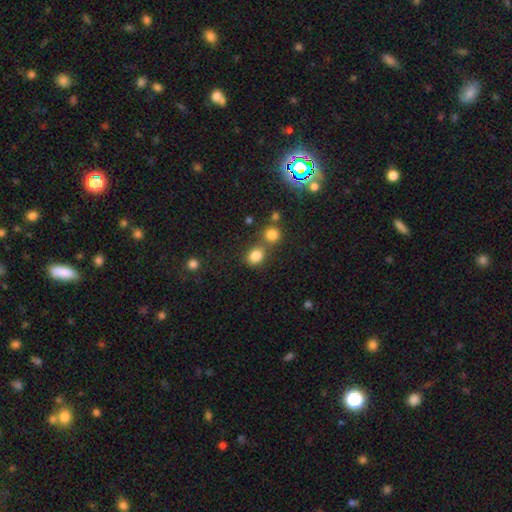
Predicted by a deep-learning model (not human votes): The model was most divided on "how rounded": round: 59%, in between: 40%, cigar-shaped: 1%. More confident: smooth or featured — smooth (82%); merging — none (58%).